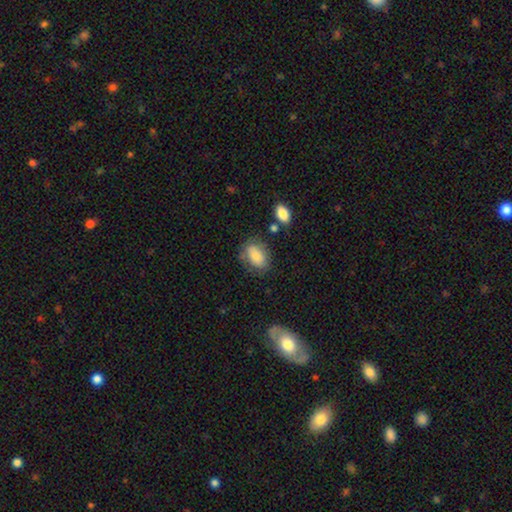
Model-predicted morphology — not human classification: This is likely a smooth galaxy (75%). How rounded: clearly in between (84%). Merging: likely none (66%).